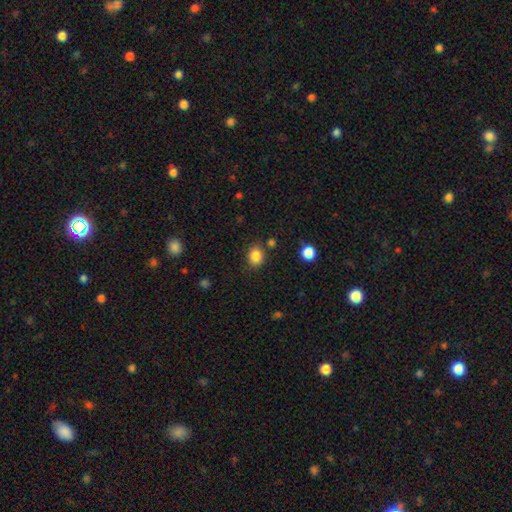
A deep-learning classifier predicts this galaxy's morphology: Smooth or featured?
  - smooth: 84% *
  - star or artifact: 11%
  - featured or disk: 5%
How rounded?
  - round: 59% *
  - in between: 40%
  - cigar-shaped: 1%
Merging?
  - none: 81% *
  - minor disturbance: 11%
  - merger: 5%
  - major disturbance: 3%